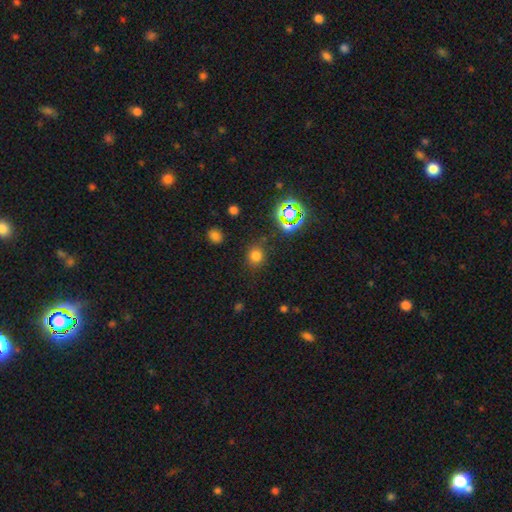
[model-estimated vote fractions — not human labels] Overall: smooth (71%). How rounded: round (83%). Merging: none (83%).